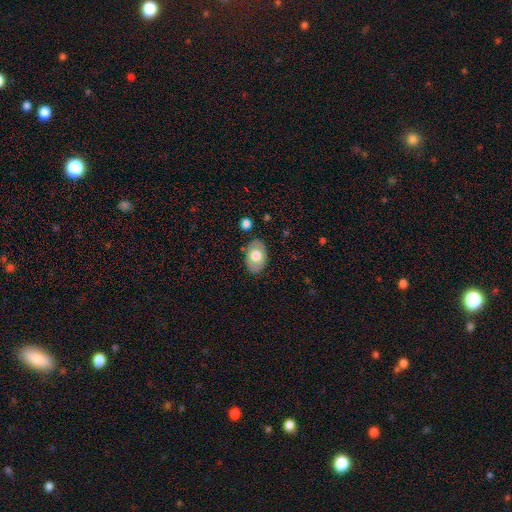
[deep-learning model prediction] Smooth or featured: smooth — 62% (featured or disk — 31%)
How rounded: in between — 86% (round — 13%)
Merging: none — 82% (minor disturbance — 13%)